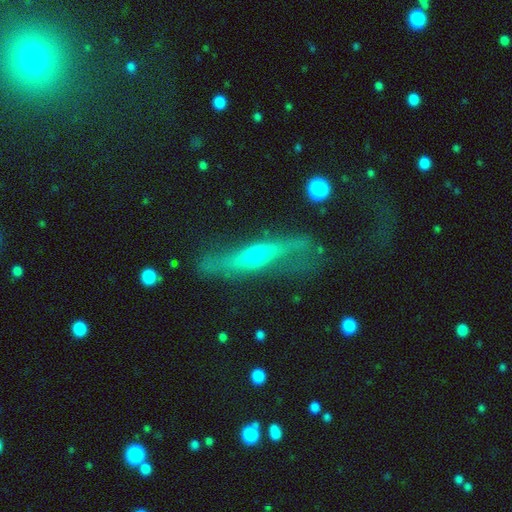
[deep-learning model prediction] Smooth or featured? featured or disk (66%)
Edge-on disk? yes (76%)
Edge-on bulge? rounded (84%)
Merging? none (63%)